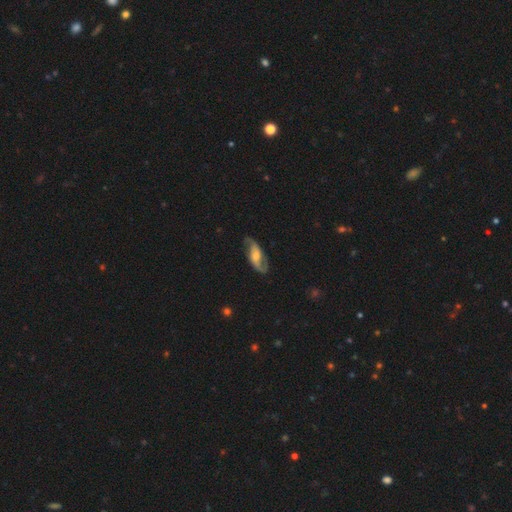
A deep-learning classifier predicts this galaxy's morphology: Overall: featured or disk (77%). Edge-on disk: no (92%). Bar: no (42%; weak 40%). Spiral arms: yes (93%). Spiral arm count: 2 (89%). Spiral winding: loose (47%; medium 39%). Bulge size: moderate (51%; small 29%). Merging: none (73%).